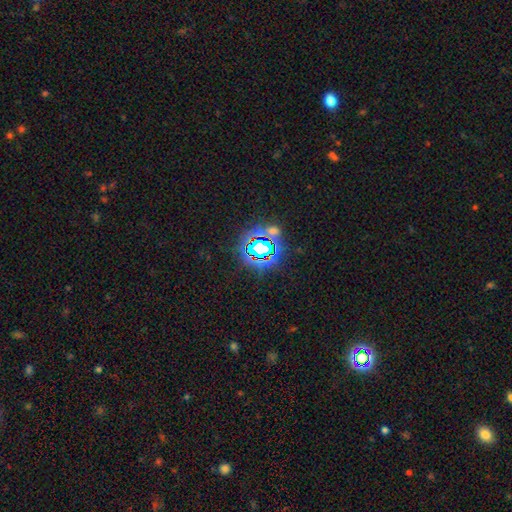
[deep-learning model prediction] Smooth or featured? Predicted: star or artifact (p=0.73).